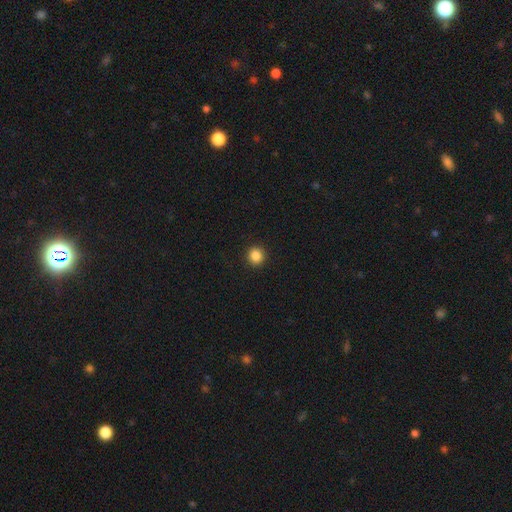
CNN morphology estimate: Smooth or featured?
  - smooth: 86% *
  - star or artifact: 11%
  - featured or disk: 3%
How rounded?
  - round: 91% *
  - in between: 8%
  - cigar-shaped: 1%
Merging?
  - none: 93% *
  - minor disturbance: 5%
  - major disturbance: 2%
  - merger: 1%